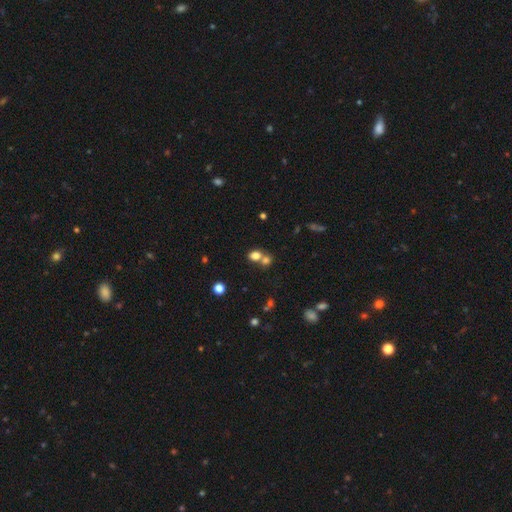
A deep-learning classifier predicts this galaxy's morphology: smooth-or-featured: smooth: 76% | star or artifact: 14% | featured or disk: 10%
  how-rounded: in between: 54% | round: 44% | cigar-shaped: 1%
  merging: merger: 48% | none: 41% | minor disturbance: 8% | major disturbance: 4%